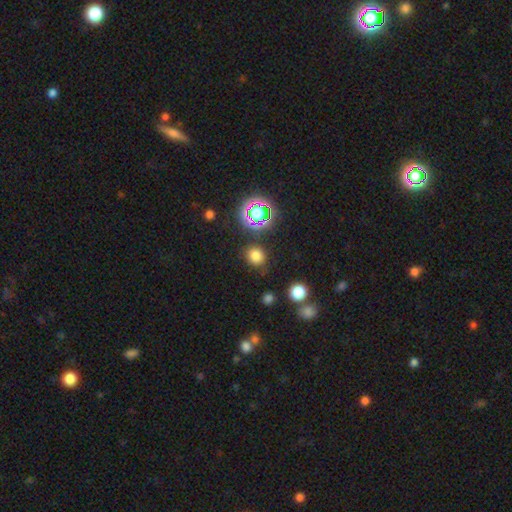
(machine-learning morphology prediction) smooth-or-featured: smooth: 72% | star or artifact: 22% | featured or disk: 6%
  how-rounded: round: 79% | in between: 20% | cigar-shaped: 1%
  merging: none: 82% | minor disturbance: 11% | major disturbance: 4% | merger: 3%